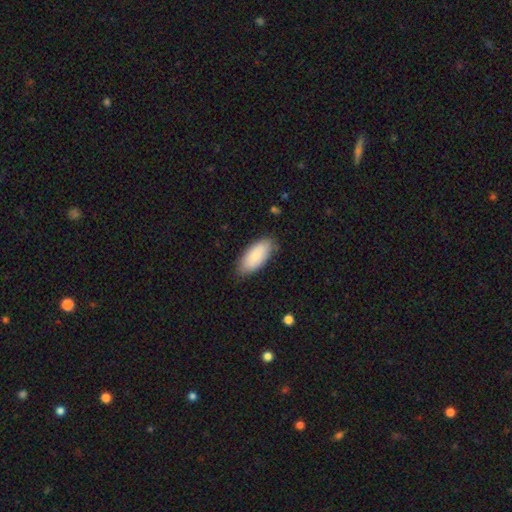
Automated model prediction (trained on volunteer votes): The model was most divided on "merging": none: 79%, minor disturbance: 17%, major disturbance: 3%, merger: 1%. More confident: how rounded — in between (91%); smooth or featured — smooth (84%).